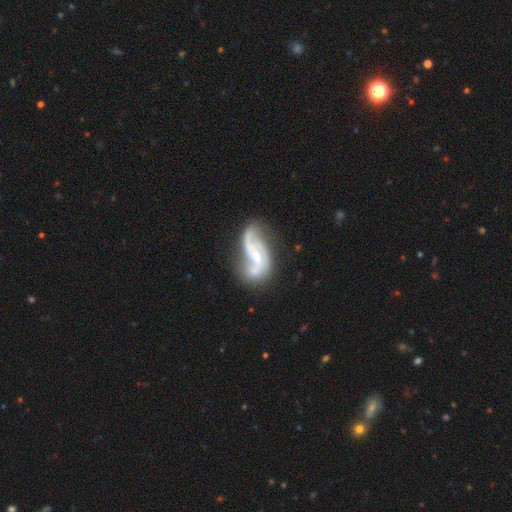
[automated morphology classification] This is clearly a featured or disk galaxy (85%). It is clearly not viewed edge-on (97%). Bar: marginally weak (42%). Spiral arm pattern: clearly yes (94%). Spiral arm count: likely 2 (69%). Spiral winding: possibly loose (48%). Central bulge: possibly small (52%). Merging: marginally none (44%).